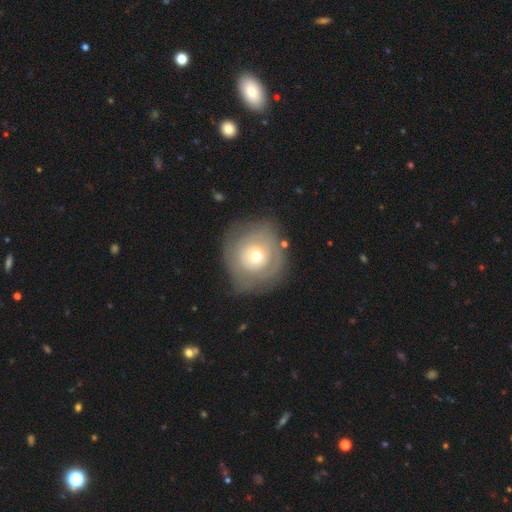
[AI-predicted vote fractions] A featured or disk galaxy (48%).

Vote fractions:
- Smooth or featured? featured or disk: 48% / smooth: 45% / star or artifact: 7%
- Merging? none: 66% / minor disturbance: 20% / major disturbance: 11% / merger: 3%